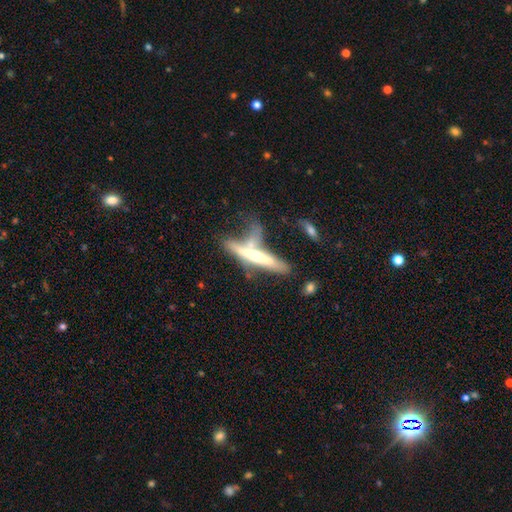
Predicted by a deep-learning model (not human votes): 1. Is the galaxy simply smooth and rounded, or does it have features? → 59% featured or disk, 35% smooth, 6% star or artifact.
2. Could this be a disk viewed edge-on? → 85% yes, 15% no.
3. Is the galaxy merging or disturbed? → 35% merger, 33% none, 17% minor disturbance, 15% major disturbance.